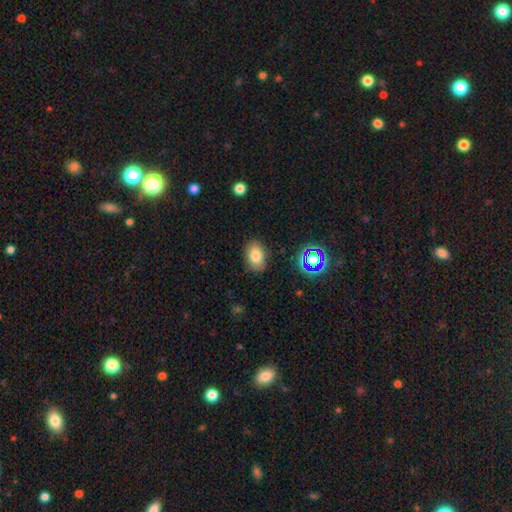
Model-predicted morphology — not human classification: The model was most divided on "how rounded": in between: 81%, round: 18%, cigar-shaped: 1%. More confident: merging — none (84%); smooth or featured — smooth (79%).